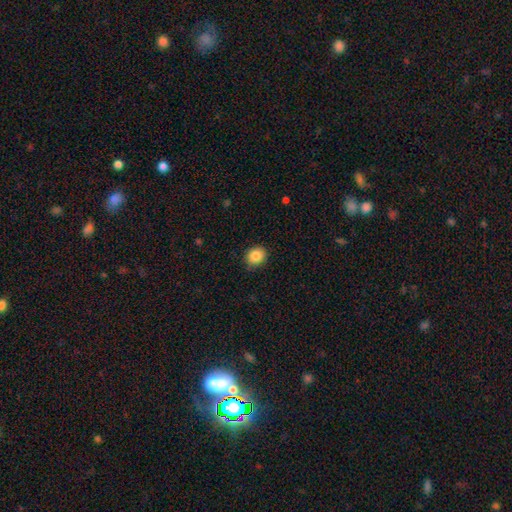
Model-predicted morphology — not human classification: Overall: smooth (85%). How rounded: round (70%). Merging: none (87%).